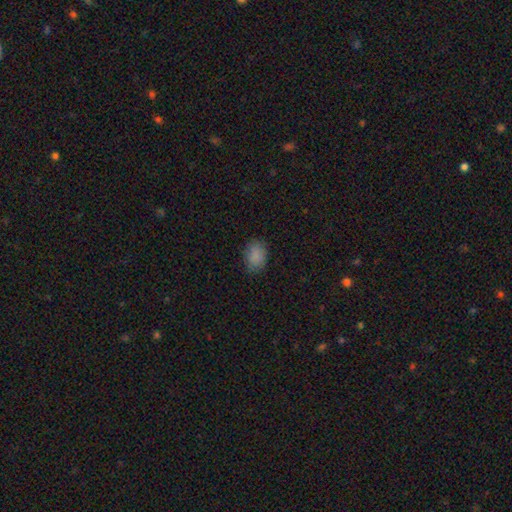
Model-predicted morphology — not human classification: smooth-or-featured: smooth: 87% | star or artifact: 9% | featured or disk: 4%
  how-rounded: in between: 72% | round: 27% | cigar-shaped: 1%
  merging: none: 82% | minor disturbance: 14% | major disturbance: 3% | merger: 1%